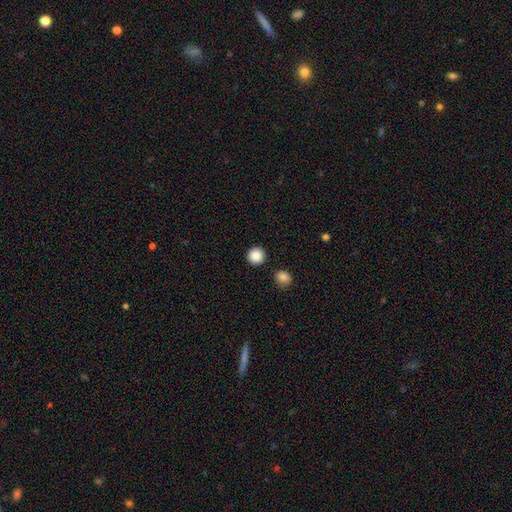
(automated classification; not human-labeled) Overall: smooth (88%). How rounded: round (95%). Merging: none (91%).